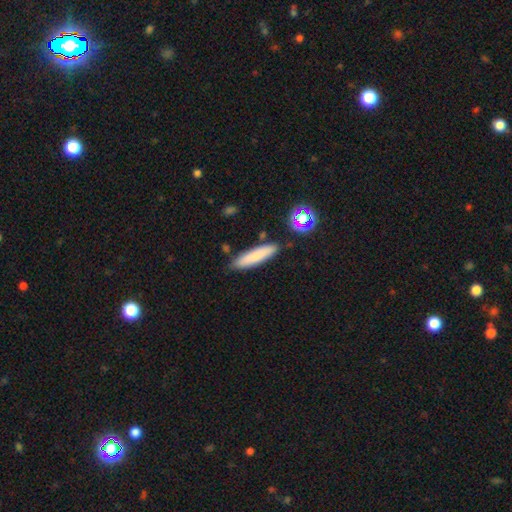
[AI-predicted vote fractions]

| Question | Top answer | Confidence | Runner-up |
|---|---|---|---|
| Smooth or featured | smooth | 77% | featured or disk (14%) |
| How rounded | cigar-shaped | 78% | in between (20%) |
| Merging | none | 84% | minor disturbance (10%) |